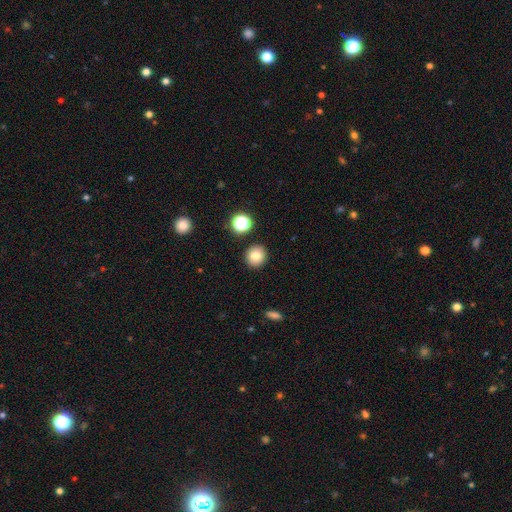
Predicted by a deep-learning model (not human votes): smooth_or_featured: smooth (p=0.80) [alt: star or artifact p=0.12]
how_rounded: round (p=0.89) [alt: in between p=0.10]
merging: none (p=0.90) [alt: minor disturbance p=0.06]